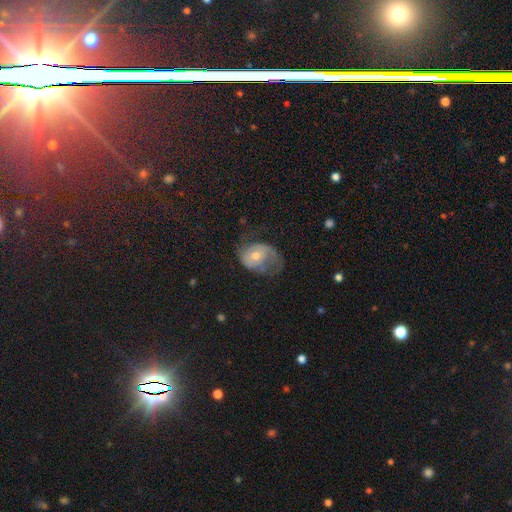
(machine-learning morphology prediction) A featured or disk galaxy (61%) with no bar (72%), spiral arms (77%) and a moderate central bulge (52%). Merging: none (40%).